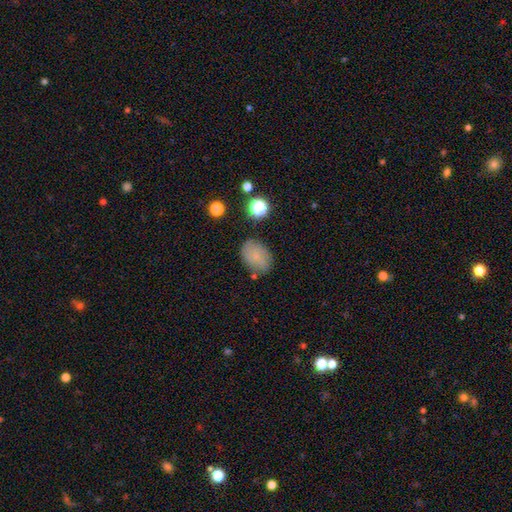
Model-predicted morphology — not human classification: smooth_or_featured: smooth (p=0.70) [alt: featured or disk p=0.19]
how_rounded: in between (p=0.75) [alt: round p=0.24]
merging: none (p=0.72) [alt: minor disturbance p=0.19]